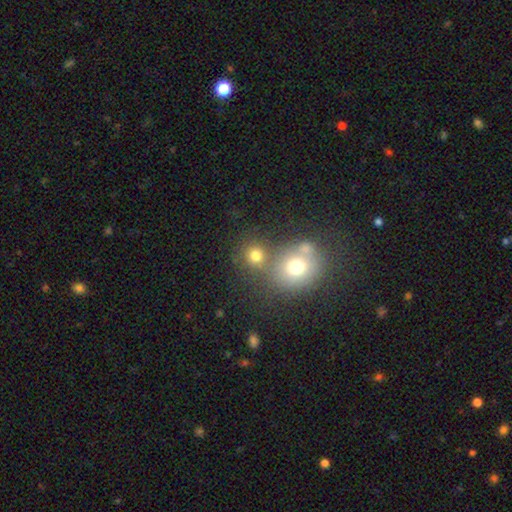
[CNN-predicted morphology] type=smooth (75%); roundness=round (85%); merging=none (53%).